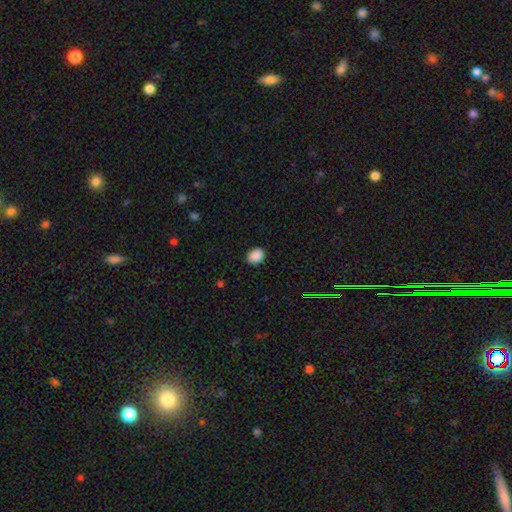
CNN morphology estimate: smooth 89%, star or artifact 9%, featured or disk 2%. Down the decision tree: how rounded — in between (61%); merging — none (88%).